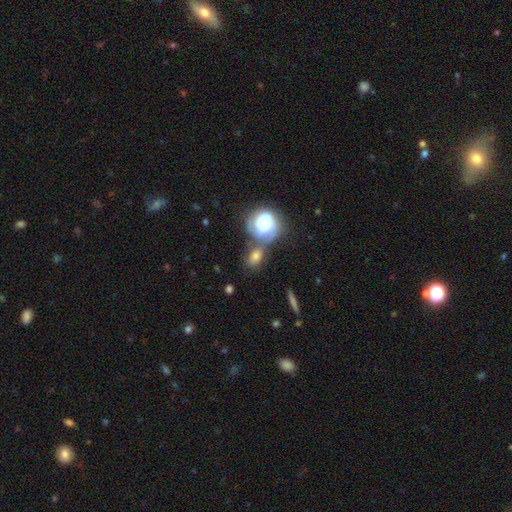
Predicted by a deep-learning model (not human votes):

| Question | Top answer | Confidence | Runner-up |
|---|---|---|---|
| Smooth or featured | smooth | 63% | featured or disk (25%) |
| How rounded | round | 51% | in between (46%) |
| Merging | merger | 39% | none (38%) |